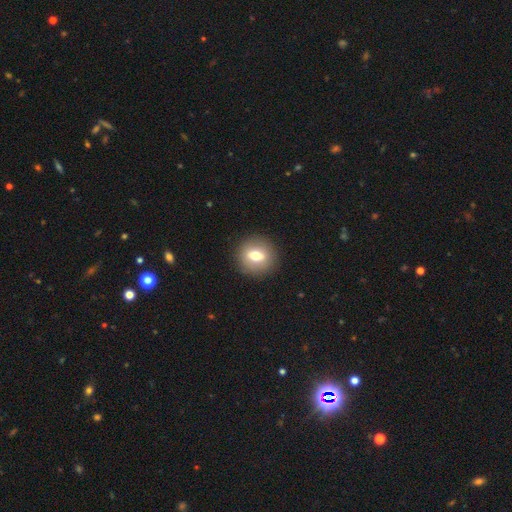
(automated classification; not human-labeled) Q: Smooth or featured?
A: smooth (65%); runner-up: featured or disk (25%)
Q: How rounded?
A: round (81%); runner-up: in between (18%)
Q: Merging?
A: none (89%); runner-up: minor disturbance (7%)